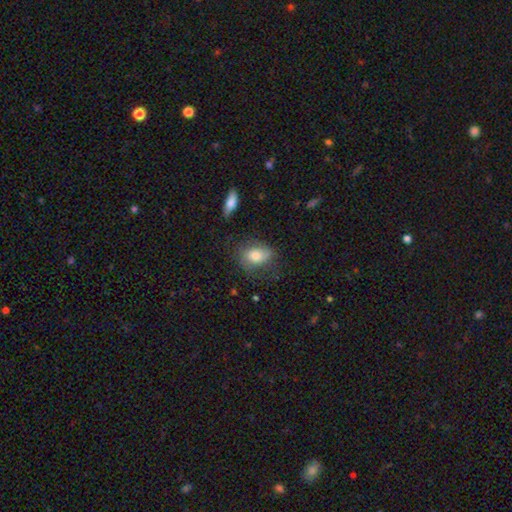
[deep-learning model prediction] This is likely a smooth galaxy (75%). How rounded: likely in between (71%). Merging: possibly none (57%).